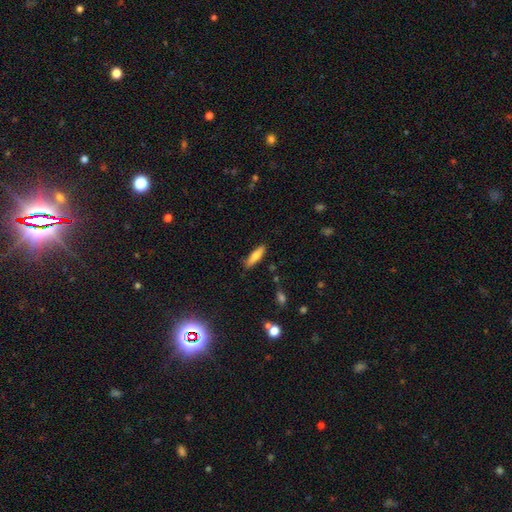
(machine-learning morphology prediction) Overall: smooth (72%). How rounded: cigar-shaped (65%; in between 33%). Merging: none (84%).